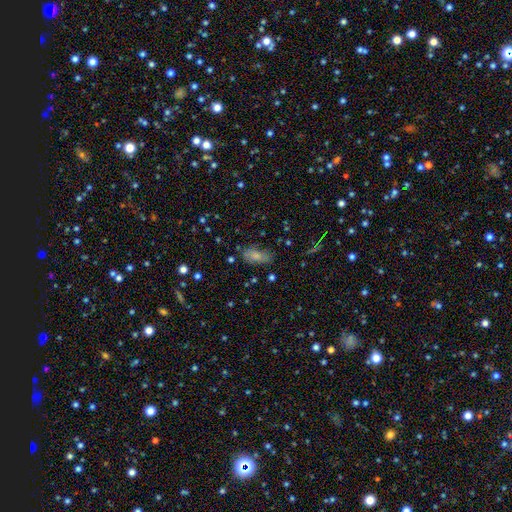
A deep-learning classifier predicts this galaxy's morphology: Smooth or featured? smooth (79%)
How rounded? in between (87%)
Merging? none (71%)